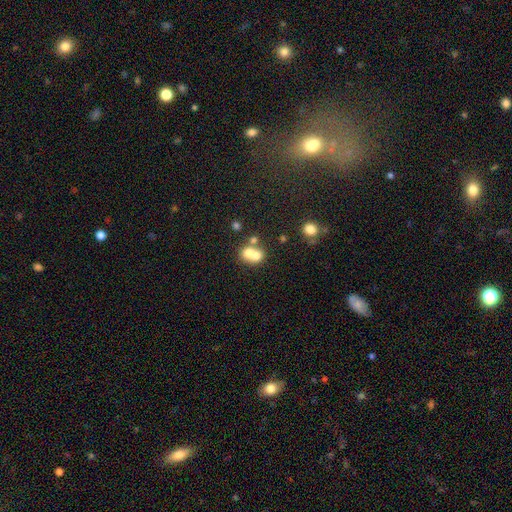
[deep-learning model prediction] smooth 66%, featured or disk 22%, star or artifact 12%. Down the decision tree: how rounded — round (68%); merging — merger (64%).